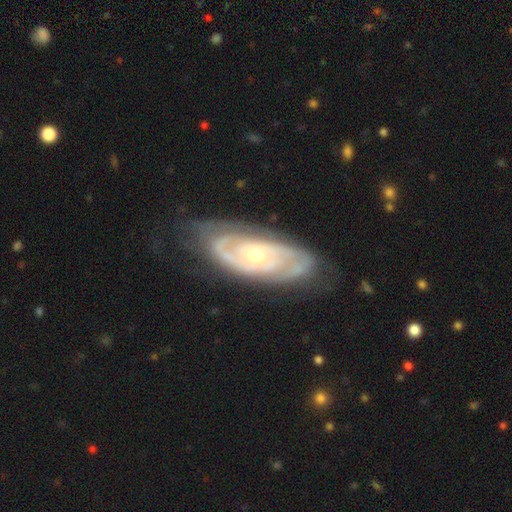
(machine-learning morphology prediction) smooth-or-featured: featured or disk: 84% | smooth: 11% | star or artifact: 5%
  disk-edge-on: no: 92% | yes: 8%
    bar: no: 72% | weak: 22% | strong: 5%
    has-spiral-arms: yes: 93% | no: 7%
      spiral-winding: tight: 65% | medium: 29% | loose: 7%
      spiral-arm-count: 2: 50% | can't tell: 29% | 3: 11% | 1: 4% | 4: 4% | more than 4: 3%
    bulge-size: small: 55% | moderate: 40% | large: 2% | none: 1% | dominant: 1%
  merging: none: 72% | minor disturbance: 19% | major disturbance: 7% | merger: 2%